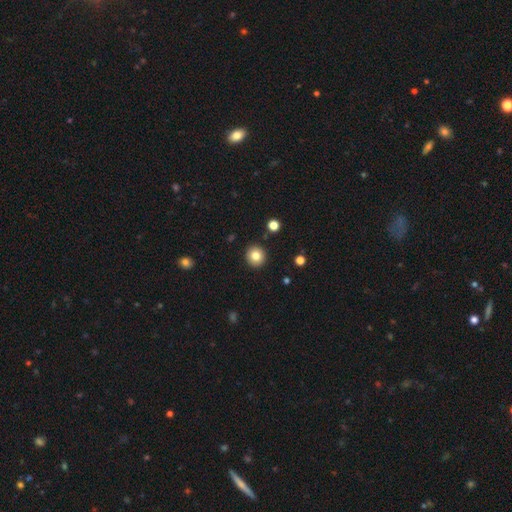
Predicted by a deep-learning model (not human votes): The model was most divided on "smooth or featured": smooth: 81%, star or artifact: 10%, featured or disk: 9%. More confident: how rounded — round (92%); merging — none (92%).